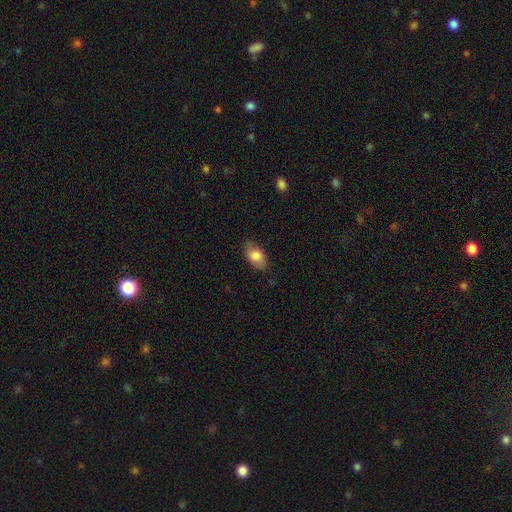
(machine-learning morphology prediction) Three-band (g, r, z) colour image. It shows a smooth galaxy with no disk features (80%) that is in between round and cigar-shaped (91%). Merging: none (77%).